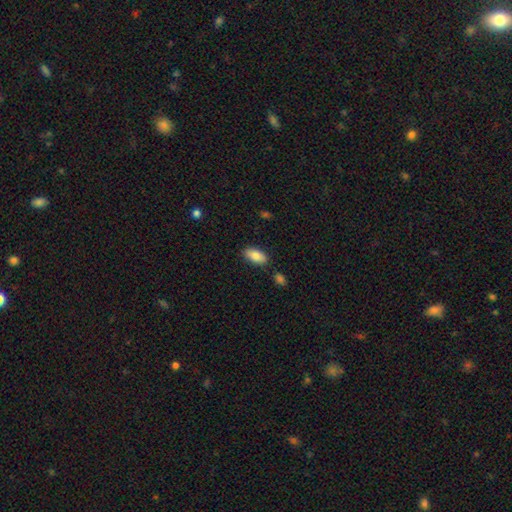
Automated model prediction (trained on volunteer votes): Smooth or featured?
  - smooth: 85% *
  - featured or disk: 8%
  - star or artifact: 6%
How rounded?
  - in between: 91% *
  - cigar-shaped: 7%
  - round: 2%
Merging?
  - none: 84% *
  - minor disturbance: 11%
  - merger: 3%
  - major disturbance: 2%